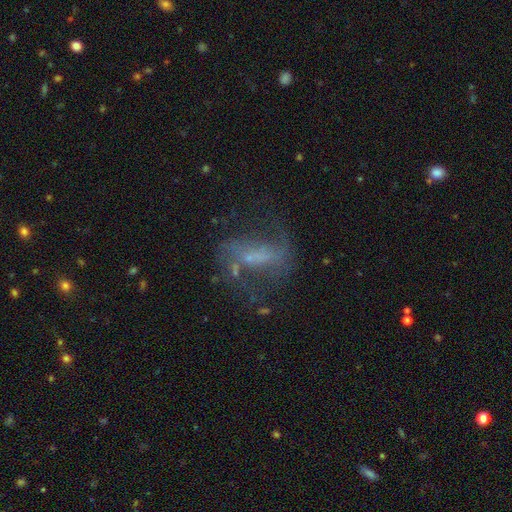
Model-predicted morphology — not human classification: featured or disk 64%, smooth 19%, star or artifact 17%. Down the decision tree: edge-on disk — no (90%); bar — weak (39%); spiral arms — yes (75%); bulge size — small (38%); merging — none (55%).